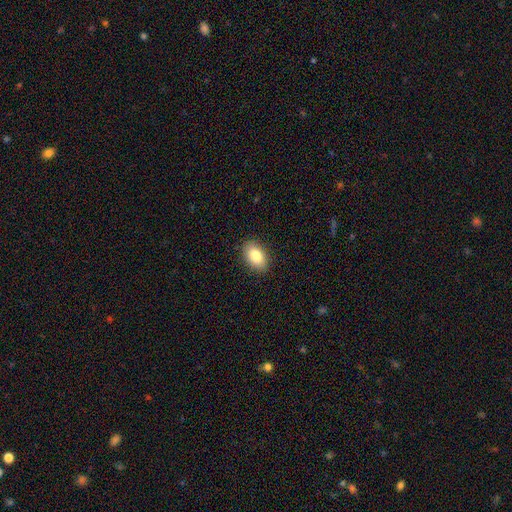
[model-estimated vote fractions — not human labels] Smooth or featured? smooth (84%)
How rounded? in between (91%)
Merging? none (89%)